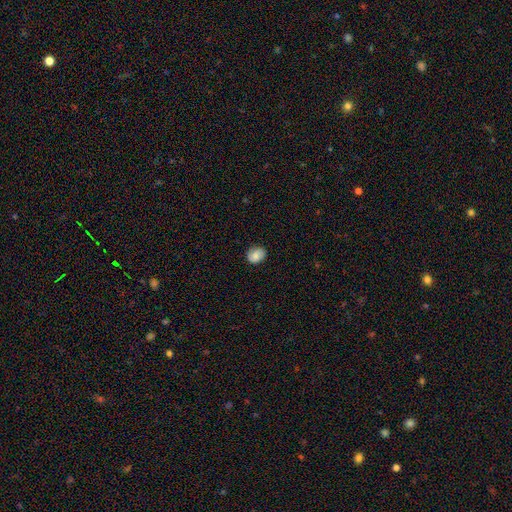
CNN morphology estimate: Smooth or featured? Predicted: smooth (p=0.75). How rounded? Predicted: round (p=0.52). Merging? Predicted: none (p=0.80).